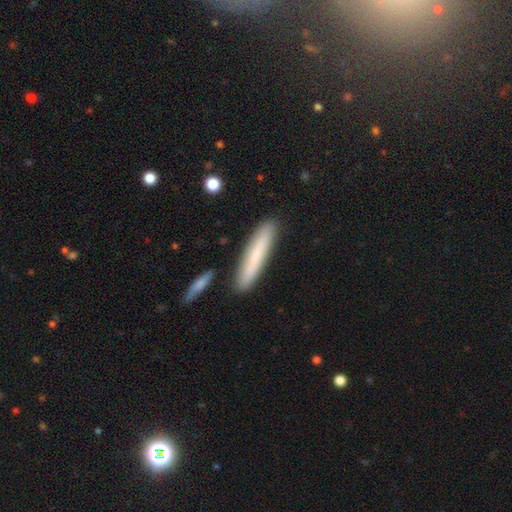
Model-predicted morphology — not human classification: Smooth or featured?
  - smooth: 71% *
  - featured or disk: 21%
  - star or artifact: 7%
How rounded?
  - cigar-shaped: 91% *
  - in between: 8%
  - round: 1%
Merging?
  - none: 85% *
  - minor disturbance: 9%
  - merger: 4%
  - major disturbance: 2%